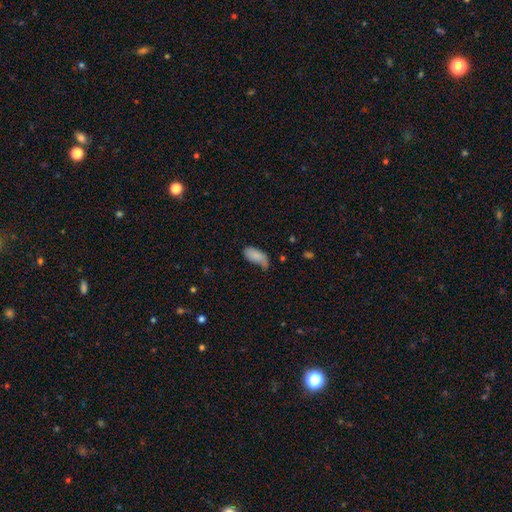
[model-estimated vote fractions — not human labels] The model was most divided on "merging": minor disturbance: 42%, none: 36%, major disturbance: 17%, merger: 4%. More confident: how rounded — in between (92%); smooth or featured — smooth (82%).